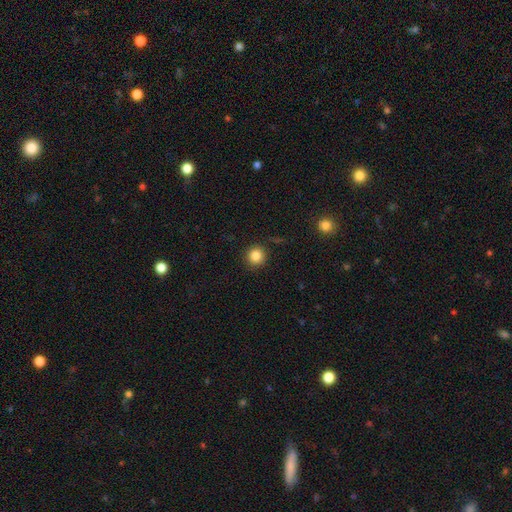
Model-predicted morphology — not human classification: Overall: smooth (85%). How rounded: round (94%). Merging: none (89%).